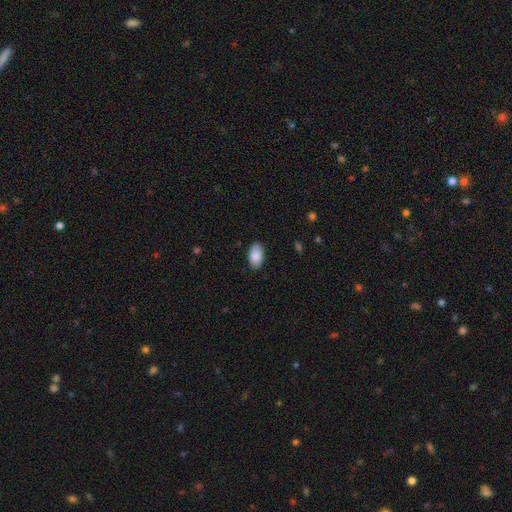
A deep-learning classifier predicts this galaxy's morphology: smooth_or_featured: smooth (p=0.88) [alt: star or artifact p=0.06]
how_rounded: in between (p=0.95) [alt: round p=0.04]
merging: none (p=0.86) [alt: minor disturbance p=0.10]